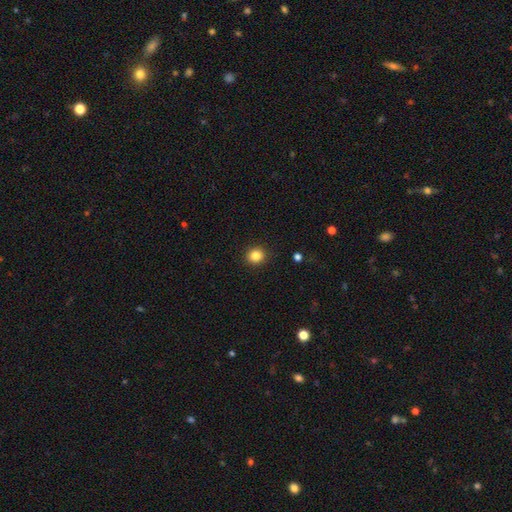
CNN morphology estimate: Q: Smooth or featured?
A: smooth (84%); runner-up: star or artifact (11%)
Q: How rounded?
A: round (86%); runner-up: in between (13%)
Q: Merging?
A: none (92%); runner-up: minor disturbance (5%)